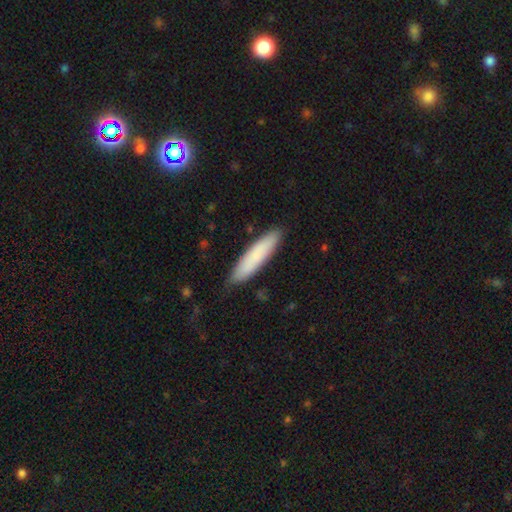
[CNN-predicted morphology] The model was most divided on "how rounded": cigar-shaped: 78%, in between: 20%, round: 1%. More confident: merging — none (85%); smooth or featured — smooth (80%).